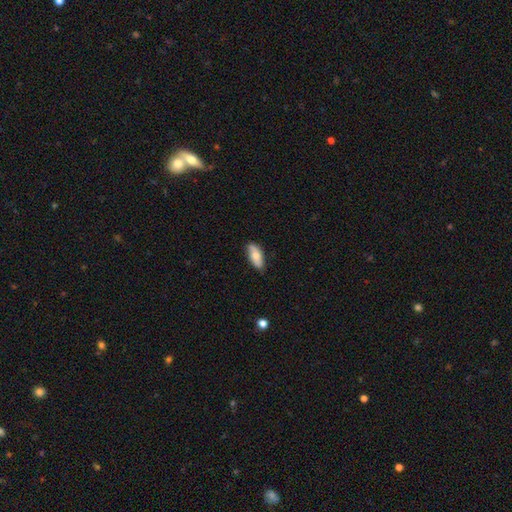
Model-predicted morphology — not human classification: A smooth galaxy with no disk features (73%) that is in between round and cigar-shaped (82%). Merging: none (77%).